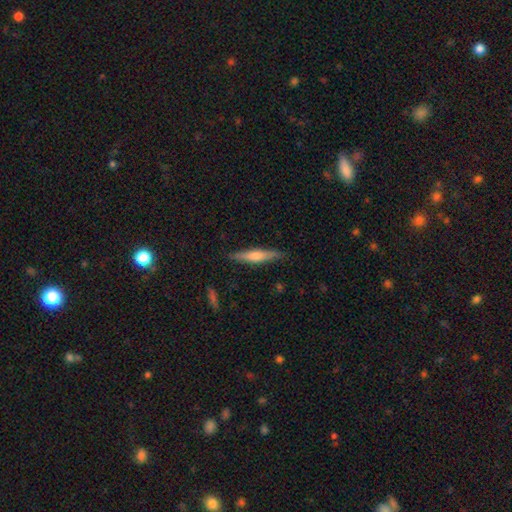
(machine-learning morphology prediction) Smooth or featured?
  - smooth: 52% *
  - featured or disk: 42%
  - star or artifact: 6%
How rounded?
  - cigar-shaped: 89% *
  - in between: 10%
  - round: 2%
Merging?
  - none: 87% *
  - minor disturbance: 10%
  - major disturbance: 2%
  - merger: 1%